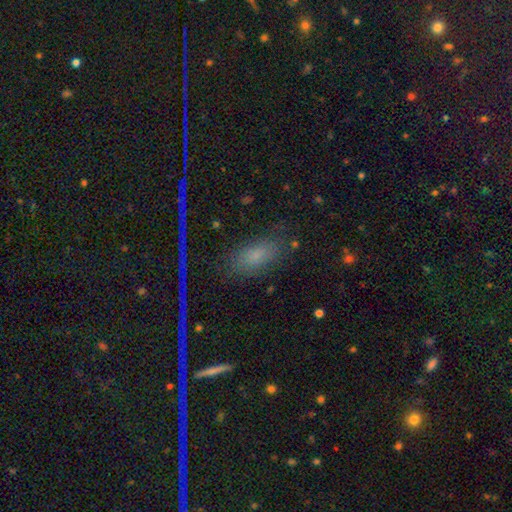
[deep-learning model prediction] Smooth or featured? smooth (65%)
How rounded? in between (87%)
Merging? none (77%)